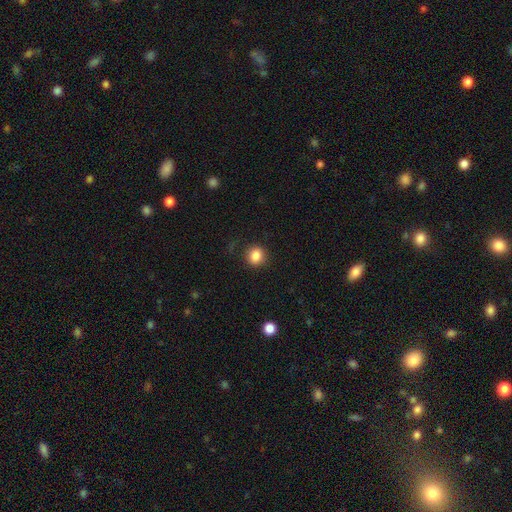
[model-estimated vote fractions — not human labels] A smooth galaxy with no disk features (85%) that is round (82%). Merging: none (85%).